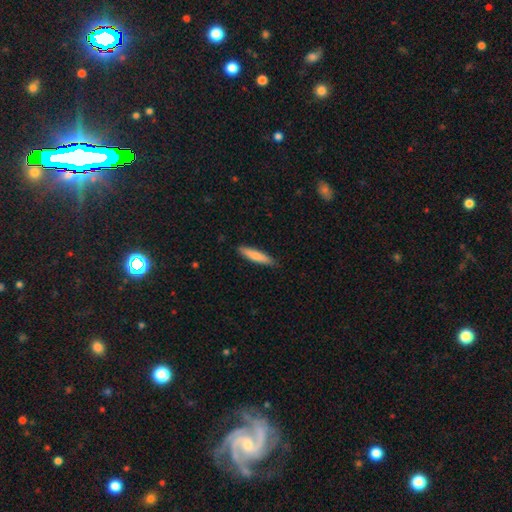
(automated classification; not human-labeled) smooth_or_featured: smooth (p=0.79) [alt: featured or disk p=0.16]
how_rounded: cigar-shaped (p=0.85) [alt: in between p=0.14]
merging: none (p=0.88) [alt: minor disturbance p=0.09]